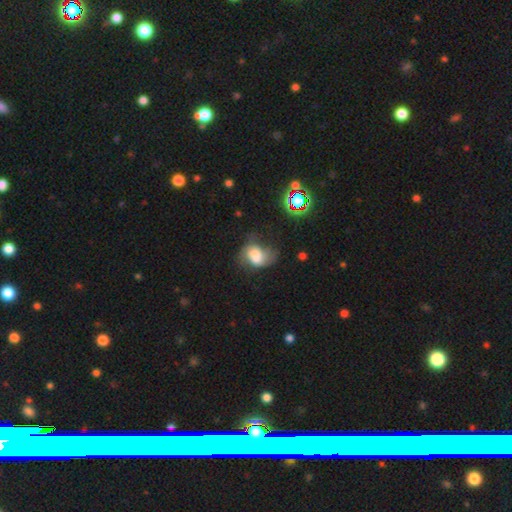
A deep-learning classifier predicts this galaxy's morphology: The model was most divided on "merging": none: 34%, major disturbance: 32%, minor disturbance: 29%, merger: 5%. More confident: how rounded — in between (66%); smooth or featured — smooth (54%).